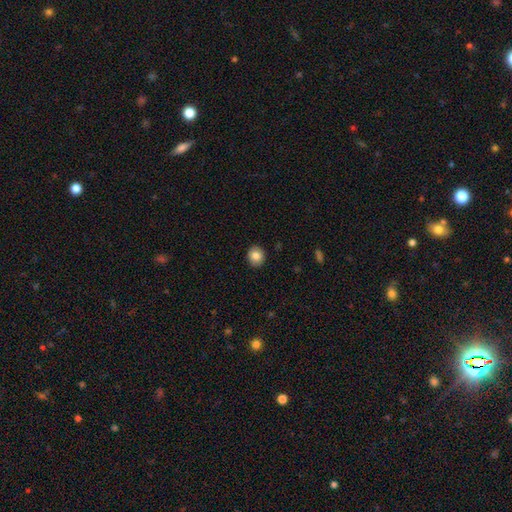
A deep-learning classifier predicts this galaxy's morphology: Smooth or featured: smooth — 84% (star or artifact — 9%)
How rounded: round — 78% (in between — 21%)
Merging: none — 90% (minor disturbance — 7%)